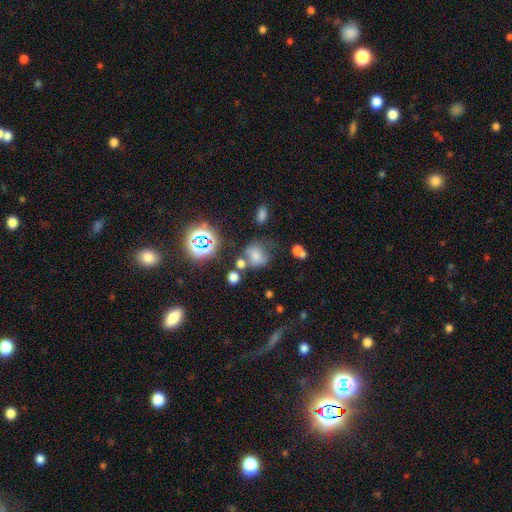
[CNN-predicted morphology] This is likely a smooth galaxy (61%). How rounded: likely round (66%). Merging: possibly none (49%).